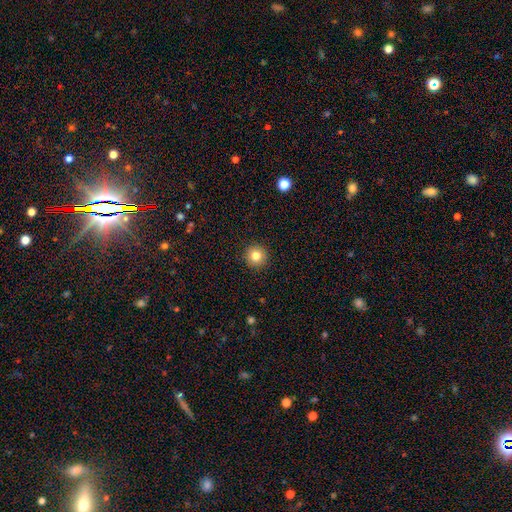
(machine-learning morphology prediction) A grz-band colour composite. It shows a smooth galaxy with no disk features (81%) that is round (96%). Merging: none (93%).